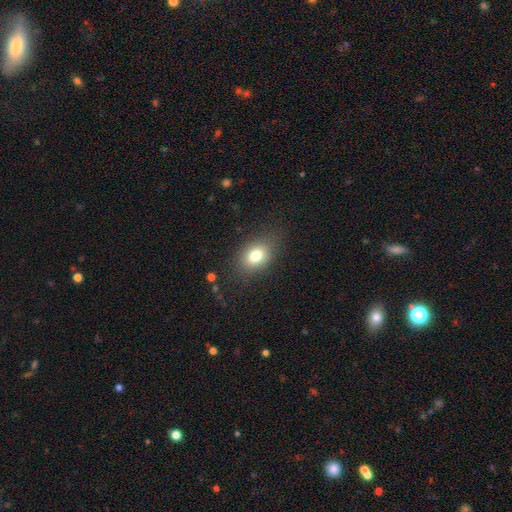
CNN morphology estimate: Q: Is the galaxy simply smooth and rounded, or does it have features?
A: smooth — 77%.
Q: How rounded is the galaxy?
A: in between — 73%.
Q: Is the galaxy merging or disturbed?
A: none — 81%.